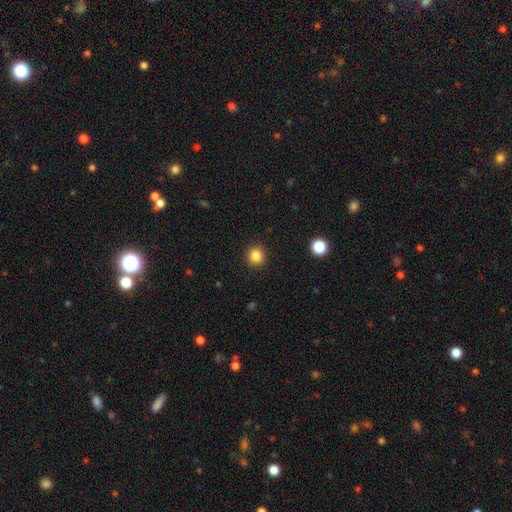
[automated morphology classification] Smooth or featured? smooth (85%)
How rounded? round (91%)
Merging? none (91%)